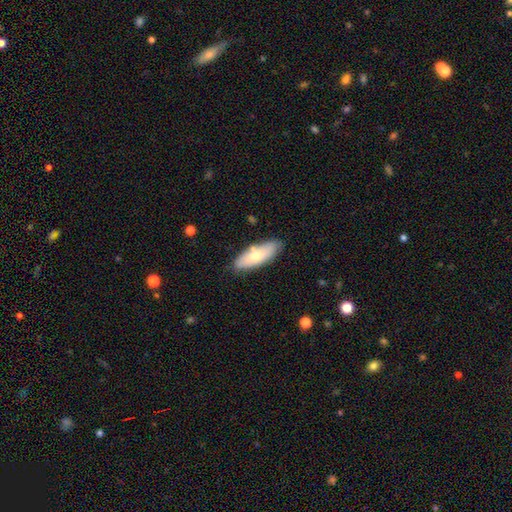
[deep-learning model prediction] Morphology: type=smooth (62%); roundness=in between (64%); merging=none (83%).